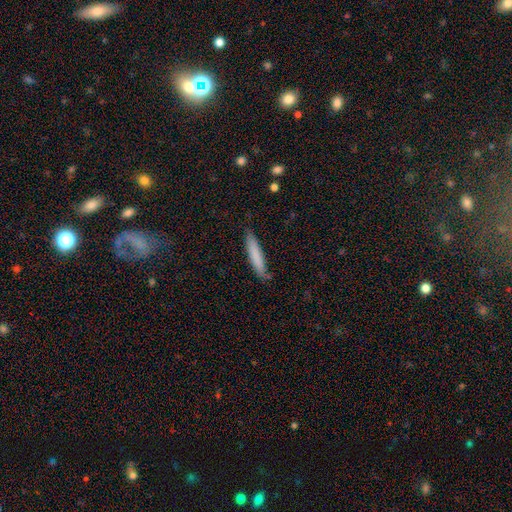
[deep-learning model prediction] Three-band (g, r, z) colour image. It shows a smooth galaxy with no disk features (79%) that is cigar-shaped (88%). Merging: none (81%).